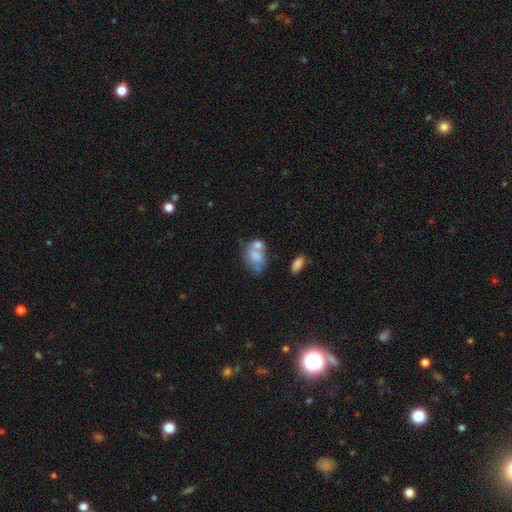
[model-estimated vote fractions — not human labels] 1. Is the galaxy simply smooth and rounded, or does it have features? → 67% smooth, 24% featured or disk, 9% star or artifact.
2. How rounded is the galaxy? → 74% in between, 24% round, 2% cigar-shaped.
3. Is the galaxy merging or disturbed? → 48% merger, 27% none, 15% minor disturbance, 10% major disturbance.